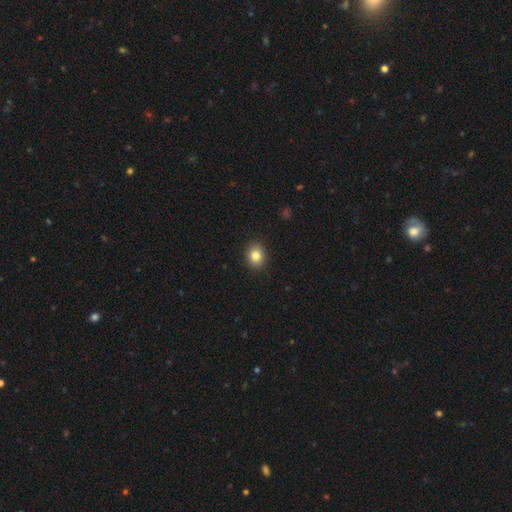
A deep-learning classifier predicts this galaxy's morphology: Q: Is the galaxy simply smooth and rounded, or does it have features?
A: smooth — 84%.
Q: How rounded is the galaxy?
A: round — 56%.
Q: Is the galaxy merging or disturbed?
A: none — 90%.